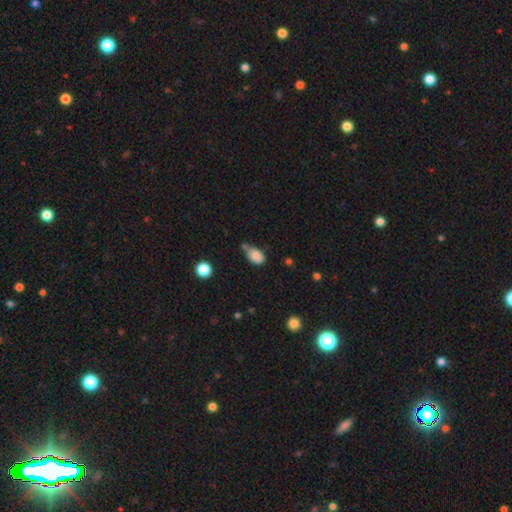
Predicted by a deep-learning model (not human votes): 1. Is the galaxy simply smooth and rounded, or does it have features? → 81% smooth, 10% featured or disk, 9% star or artifact.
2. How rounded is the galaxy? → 86% in between, 12% round, 2% cigar-shaped.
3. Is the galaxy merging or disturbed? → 41% none, 33% minor disturbance, 17% merger, 8% major disturbance.